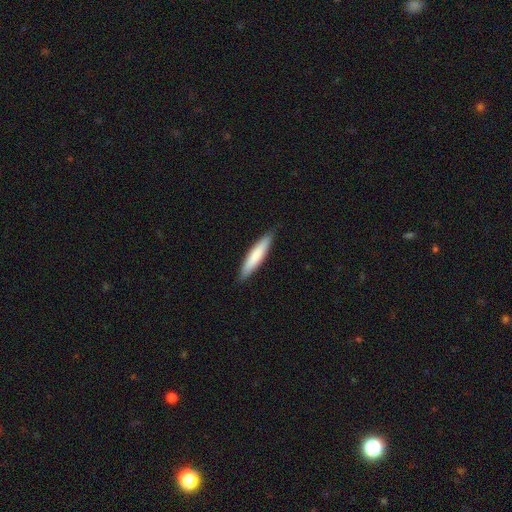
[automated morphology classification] A smooth galaxy with no disk features (77%) that is cigar-shaped (86%).

Vote fractions:
- Smooth or featured? smooth: 77% / featured or disk: 19% / star or artifact: 5%
- How rounded? cigar-shaped: 86% / in between: 13% / round: 1%
- Merging? none: 89% / minor disturbance: 9% / major disturbance: 2% / merger: 1%